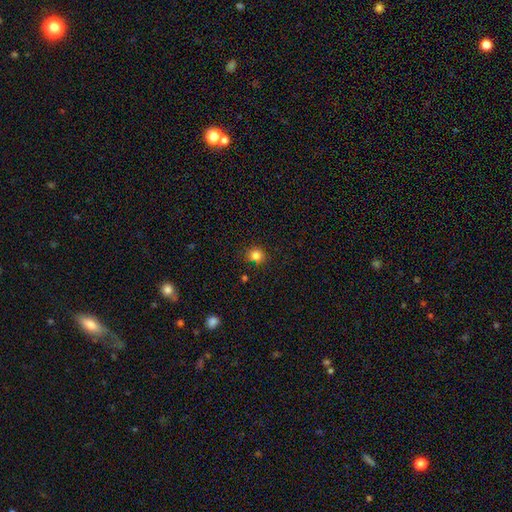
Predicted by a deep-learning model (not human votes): This appears to be a smooth galaxy with no disk features (83%) that is round (86%). Merging: none (85%).